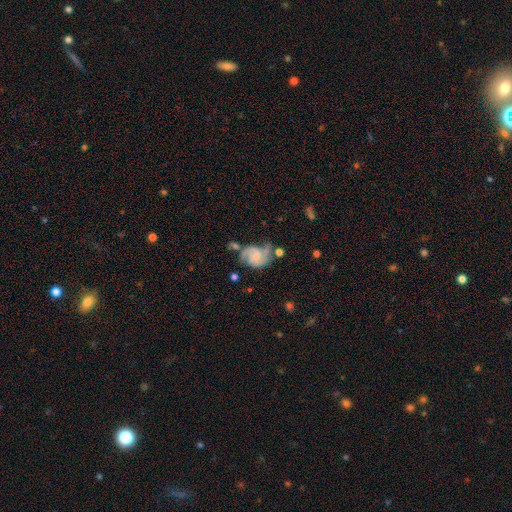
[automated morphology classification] featured or disk 83%, smooth 11%, star or artifact 6%. Down the decision tree: edge-on disk — no (98%); bar — no (56%); spiral arms — yes (96%); spiral arm count — 2 (69%); spiral winding — medium (50%); bulge size — small (59%); merging — none (47%).